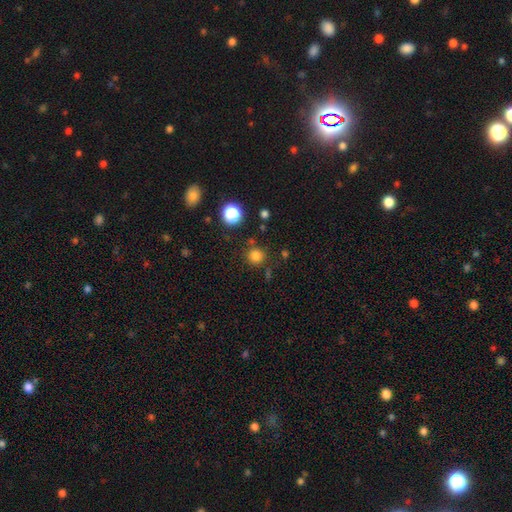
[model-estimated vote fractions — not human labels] Smooth or featured?
  - smooth: 79% *
  - star or artifact: 16%
  - featured or disk: 5%
How rounded?
  - round: 93% *
  - in between: 6%
  - cigar-shaped: 1%
Merging?
  - none: 82% *
  - minor disturbance: 9%
  - merger: 6%
  - major disturbance: 3%